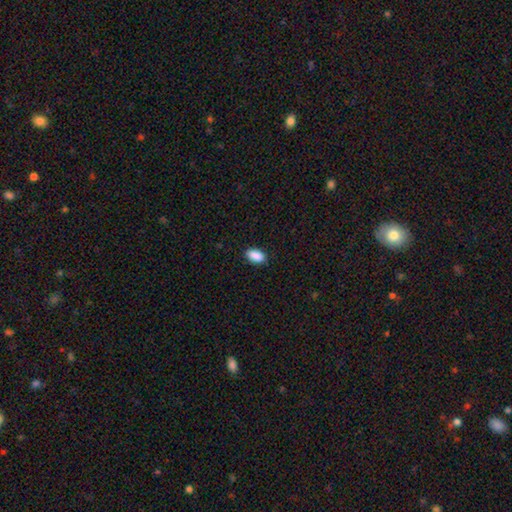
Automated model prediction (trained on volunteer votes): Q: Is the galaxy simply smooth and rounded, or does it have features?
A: smooth — 90%.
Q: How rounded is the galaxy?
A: in between — 93%.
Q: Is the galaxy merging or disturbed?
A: none — 88%.